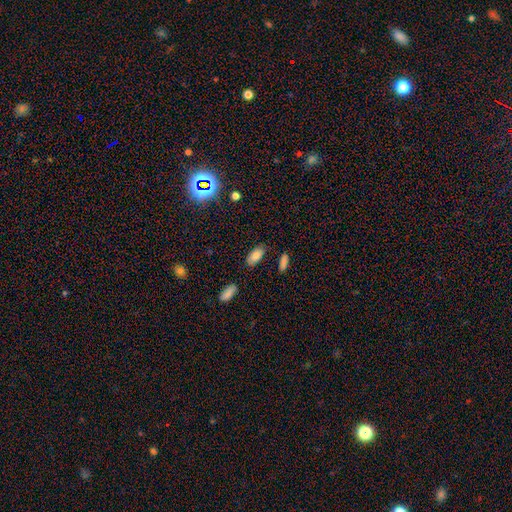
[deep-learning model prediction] A smooth galaxy with no disk features (80%) that is in between round and cigar-shaped (91%). Merging: none (82%).